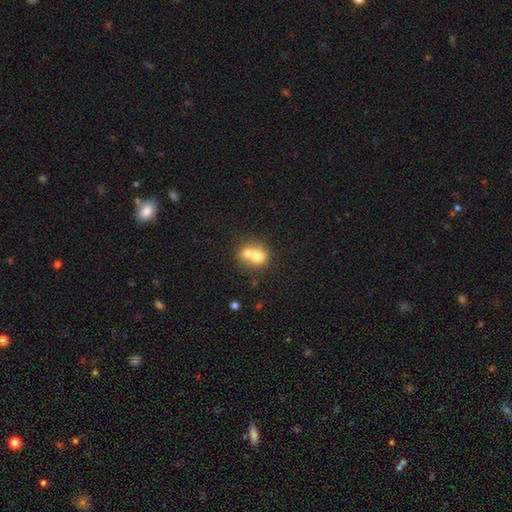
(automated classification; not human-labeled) Smooth or featured? smooth (69%)
How rounded? round (71%)
Merging? merger (66%)